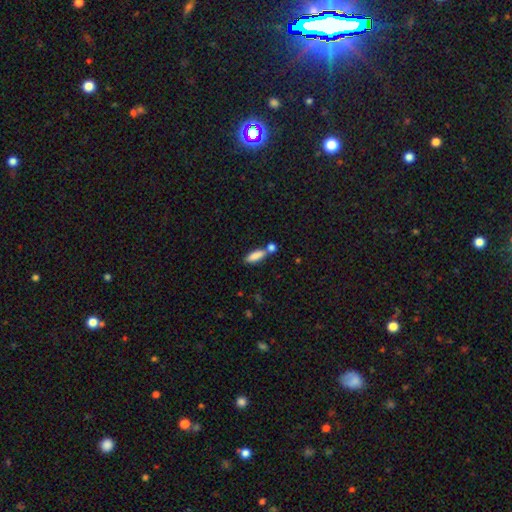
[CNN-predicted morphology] type=smooth (85%); roundness=in between (60%); merging=none (54%).